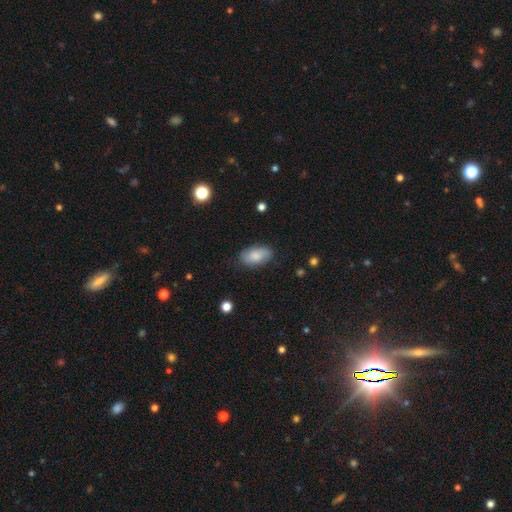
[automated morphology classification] smooth-or-featured: smooth: 77% | featured or disk: 16% | star or artifact: 7%
  how-rounded: in between: 94% | round: 4% | cigar-shaped: 2%
  merging: none: 80% | minor disturbance: 16% | major disturbance: 4% | merger: 1%